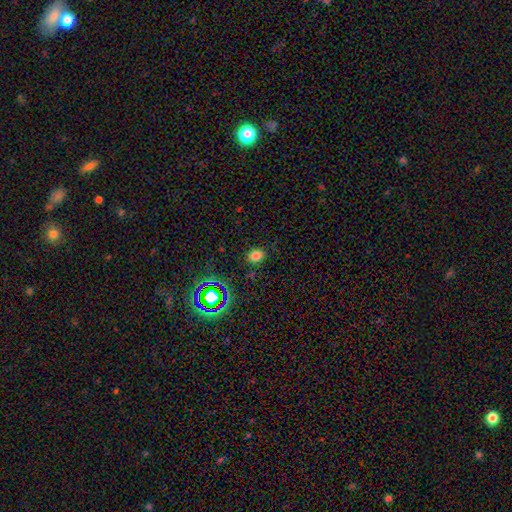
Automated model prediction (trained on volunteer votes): A smooth galaxy with no disk features (74%) that is round (53%). Merging: none (83%).